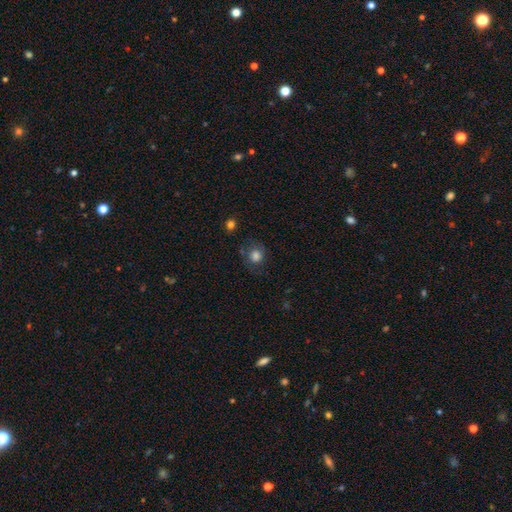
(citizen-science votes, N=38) Smooth or featured?
  - smooth: 71% *
  - featured or disk: 24%
  - star or artifact: 5%
How rounded?
  - round: 78% *
  - in between: 22%
  - cigar-shaped: 0%
Merging?
  - none: 53% *
  - minor disturbance: 31%
  - major disturbance: 14%
  - merger: 3%